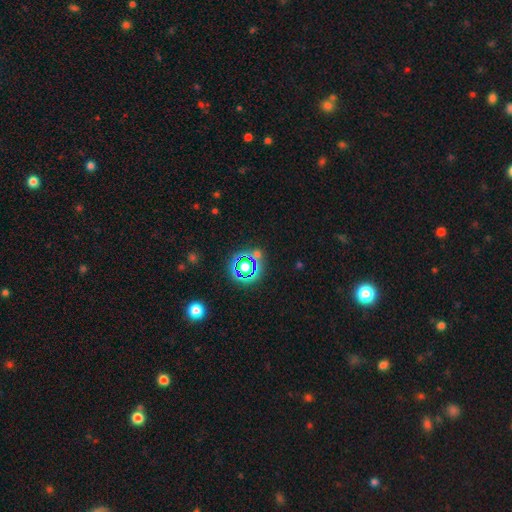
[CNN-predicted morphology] This is likely a star or artifact rather than a galaxy (71%).